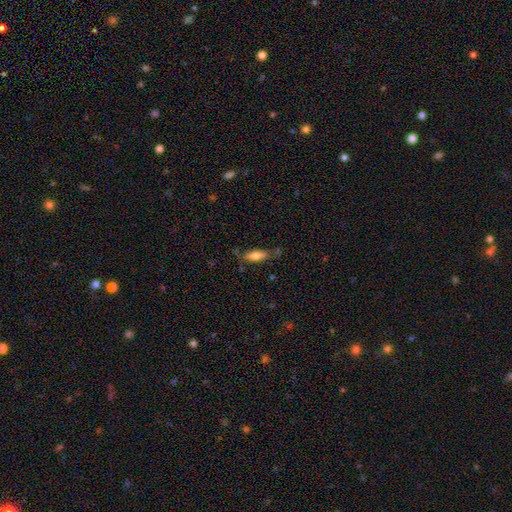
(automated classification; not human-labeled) This appears to be a smooth galaxy with no disk features (70%) that is in between round and cigar-shaped (57%). Merging: none (68%).